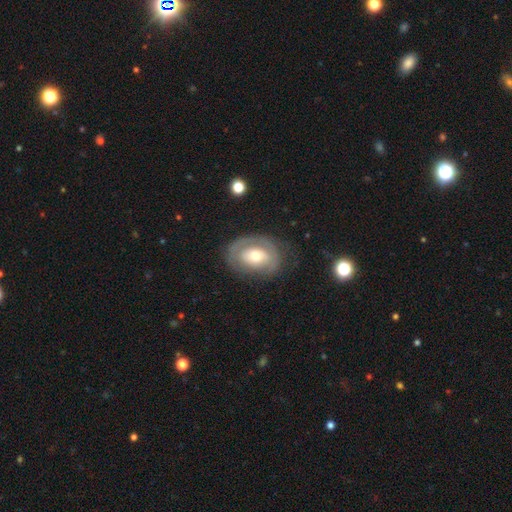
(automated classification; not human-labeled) This appears to be a featured or disk galaxy (57%) with no bar (73%), no spiral arms (54%) and a moderate central bulge (61%). Merging: none (67%).